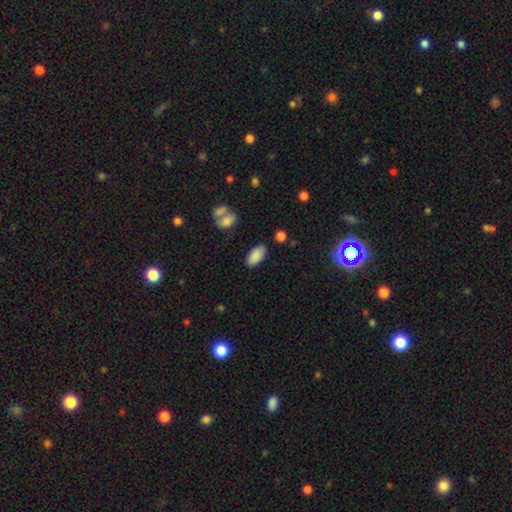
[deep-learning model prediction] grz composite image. It shows a smooth galaxy with no disk features (88%) that is in between round and cigar-shaped (94%). Merging: none (83%).